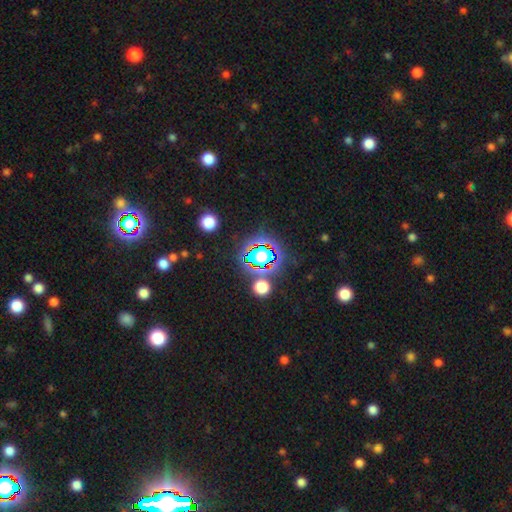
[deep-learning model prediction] A star or artifact, not a galaxy (77%).